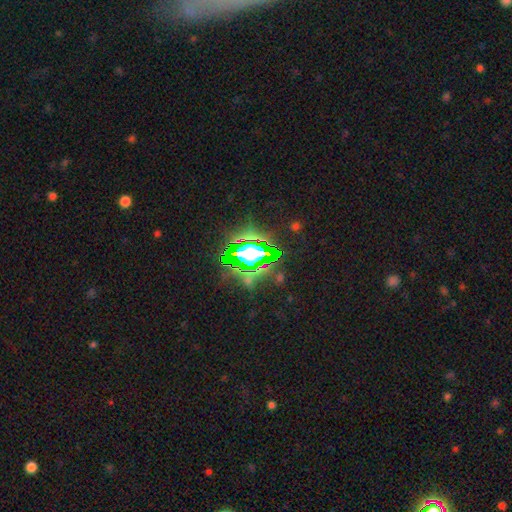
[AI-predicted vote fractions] smooth_or_featured: star or artifact (p=0.76) [alt: featured or disk p=0.12]